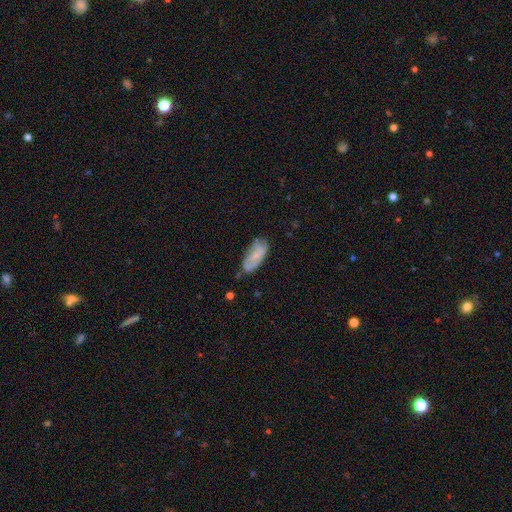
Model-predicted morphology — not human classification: Smooth or featured? smooth (57%)
How rounded? in between (85%)
Merging? none (61%)